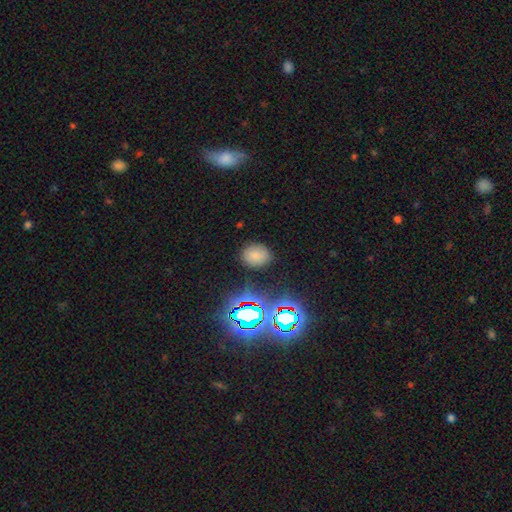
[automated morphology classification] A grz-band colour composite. It shows a smooth galaxy with no disk features (71%) that is round (54%). Merging: none (84%).